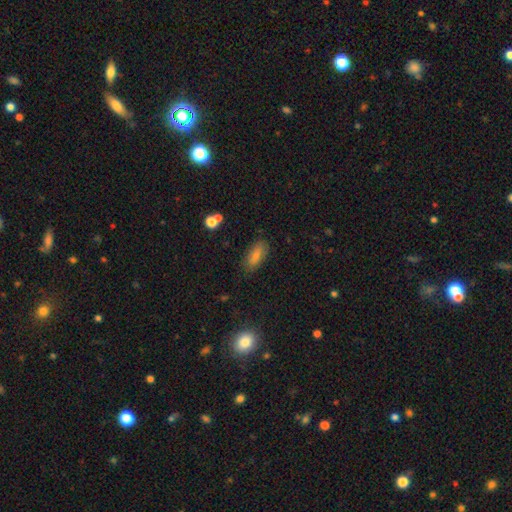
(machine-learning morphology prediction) Smooth or featured: smooth — 77% (featured or disk — 14%)
How rounded: in between — 79% (cigar-shaped — 18%)
Merging: none — 82% (minor disturbance — 13%)